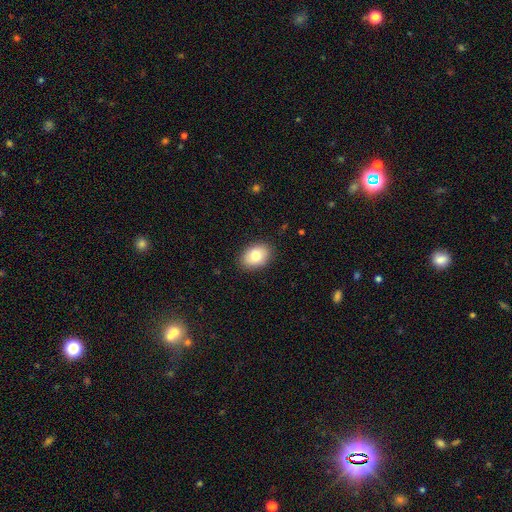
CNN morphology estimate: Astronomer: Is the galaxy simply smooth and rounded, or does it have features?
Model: smooth — 82%.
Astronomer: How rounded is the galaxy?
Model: in between — 82%.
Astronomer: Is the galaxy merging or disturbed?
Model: none — 88%.